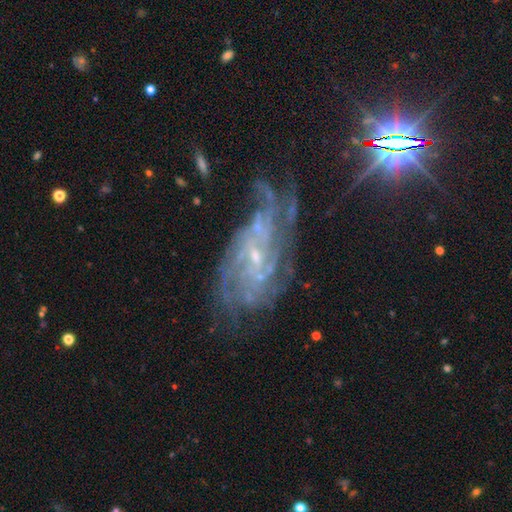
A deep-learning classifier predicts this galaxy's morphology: smooth_or_featured: featured or disk (p=0.79) [alt: star or artifact p=0.14]
disk_edge_on: no (p=0.94) [alt: yes p=0.06]
bar: no (p=0.51) [alt: weak p=0.36]
has_spiral_arms: yes (p=0.93) [alt: no p=0.07]
spiral_winding: tight (p=0.54) [alt: medium p=0.34]
spiral_arm_count: can't tell (p=0.38) [alt: 4 p=0.16]
bulge_size: small (p=0.81) [alt: moderate p=0.11]
merging: none (p=0.55) [alt: minor disturbance p=0.22]